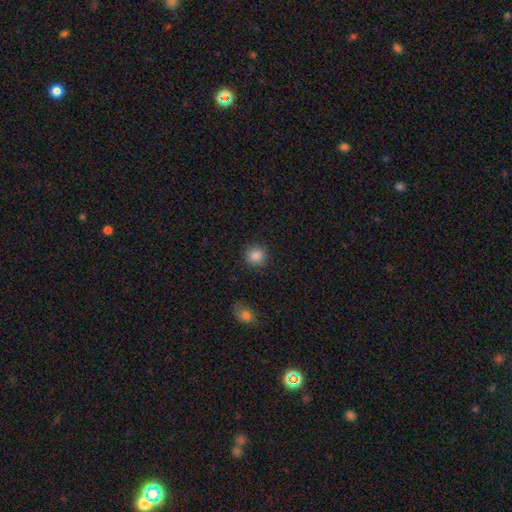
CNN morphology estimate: Smooth or featured? smooth (87%)
How rounded? round (90%)
Merging? none (89%)